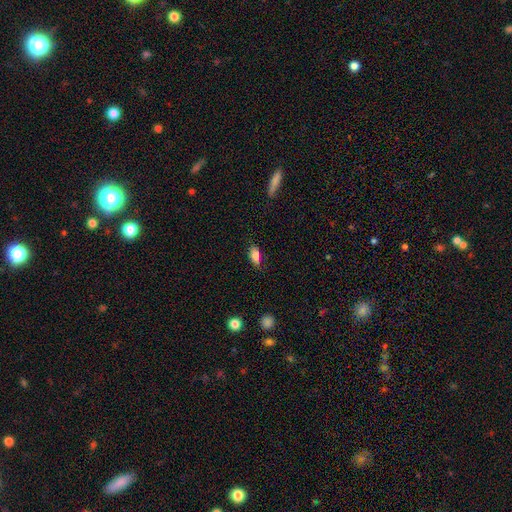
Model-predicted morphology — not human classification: The model was most divided on "merging": none: 77%, minor disturbance: 18%, major disturbance: 4%, merger: 2%. More confident: how rounded — in between (84%); smooth or featured — smooth (81%).